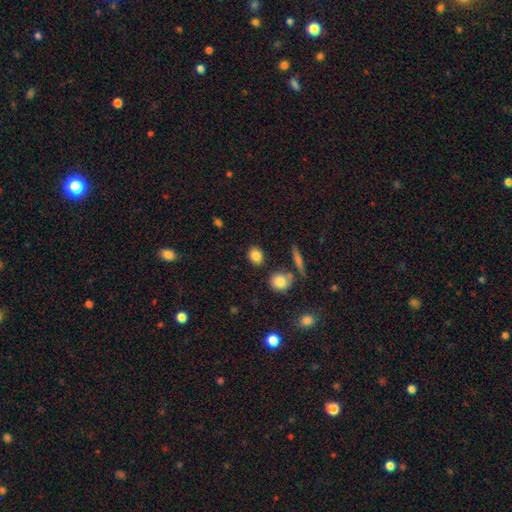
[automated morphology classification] Overall: smooth (84%). How rounded: round (58%; in between 40%). Merging: none (83%).